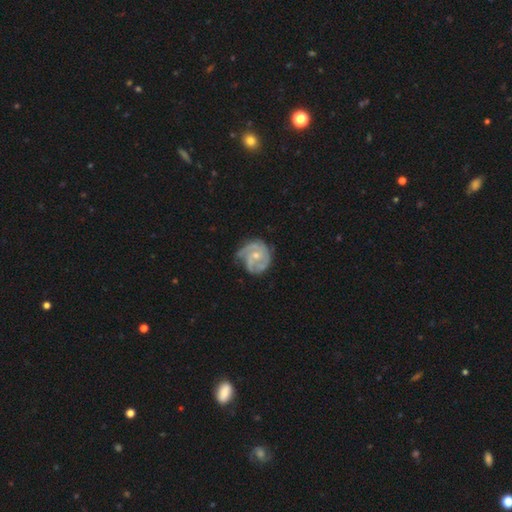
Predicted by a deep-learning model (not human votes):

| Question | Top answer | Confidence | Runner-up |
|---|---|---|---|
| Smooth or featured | featured or disk | 83% | smooth (12%) |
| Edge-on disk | no | 98% | yes (2%) |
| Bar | no | 73% | weak (23%) |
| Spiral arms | yes | 95% | no (5%) |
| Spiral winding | tight | 58% | medium (34%) |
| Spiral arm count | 3 | 37% | 2 (27%) |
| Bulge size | small | 54% | moderate (41%) |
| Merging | none | 59% | minor disturbance (27%) |